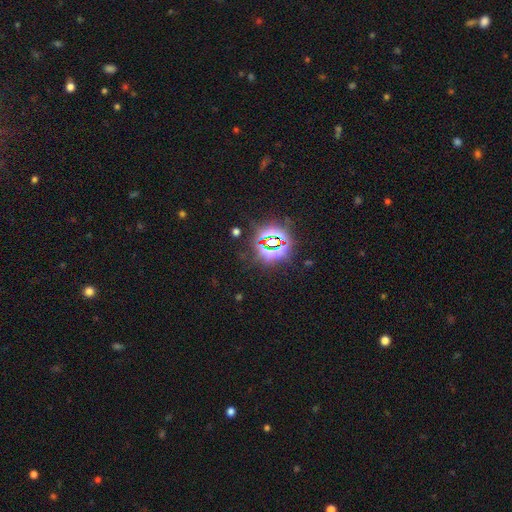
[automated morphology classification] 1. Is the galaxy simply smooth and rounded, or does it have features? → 84% star or artifact, 10% smooth, 7% featured or disk.